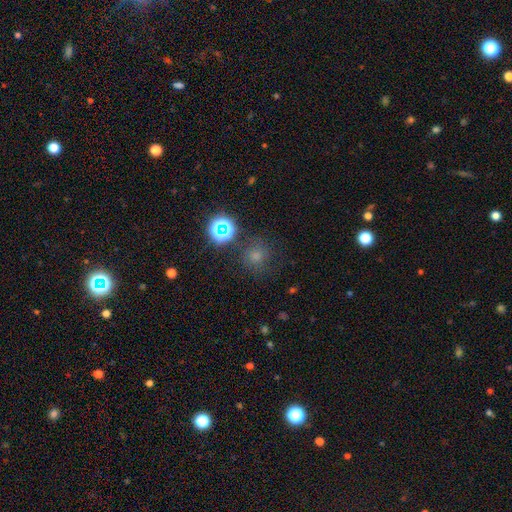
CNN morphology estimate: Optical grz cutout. It shows a smooth galaxy with no disk features (68%) that is round (91%). Merging: none (78%).